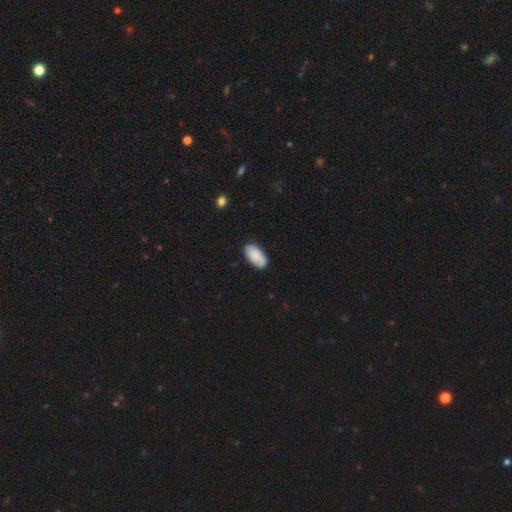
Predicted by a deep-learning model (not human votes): Q: Smooth or featured?
A: smooth (86%); runner-up: featured or disk (8%)
Q: How rounded?
A: in between (95%); runner-up: cigar-shaped (3%)
Q: Merging?
A: none (84%); runner-up: minor disturbance (13%)